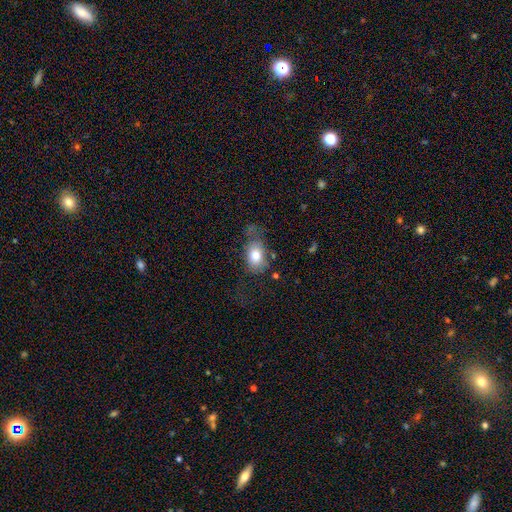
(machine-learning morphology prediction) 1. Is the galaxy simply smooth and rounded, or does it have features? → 73% smooth, 16% featured or disk, 11% star or artifact.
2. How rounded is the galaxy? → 68% in between, 30% round, 1% cigar-shaped.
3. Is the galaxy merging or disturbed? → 49% none, 26% minor disturbance, 21% major disturbance, 4% merger.